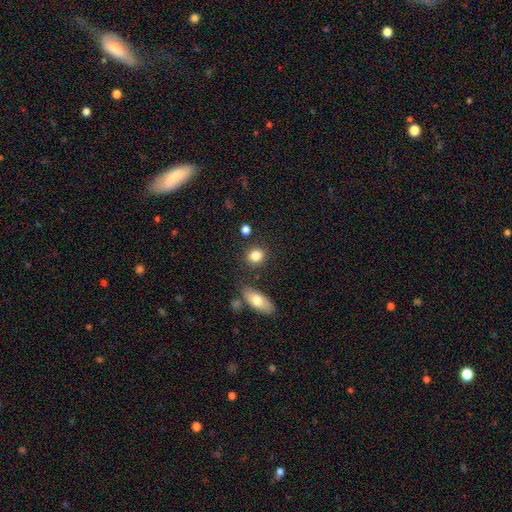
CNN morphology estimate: Smooth or featured?
  - smooth: 83% *
  - star or artifact: 9%
  - featured or disk: 8%
How rounded?
  - round: 61% *
  - in between: 36%
  - cigar-shaped: 2%
Merging?
  - none: 81% *
  - minor disturbance: 10%
  - merger: 6%
  - major disturbance: 3%